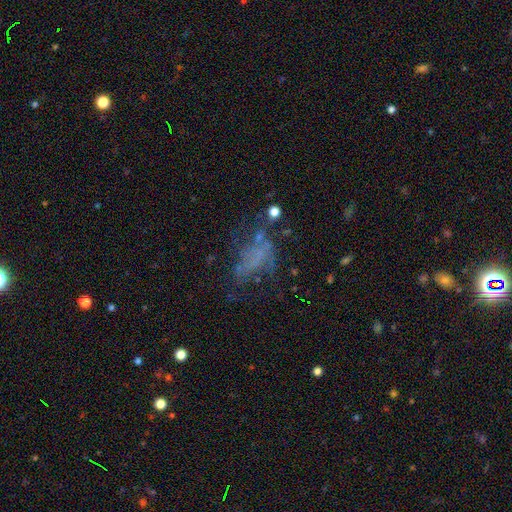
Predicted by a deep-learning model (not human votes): Morphology: type=featured or disk (43%); merging=major disturbance (38%).